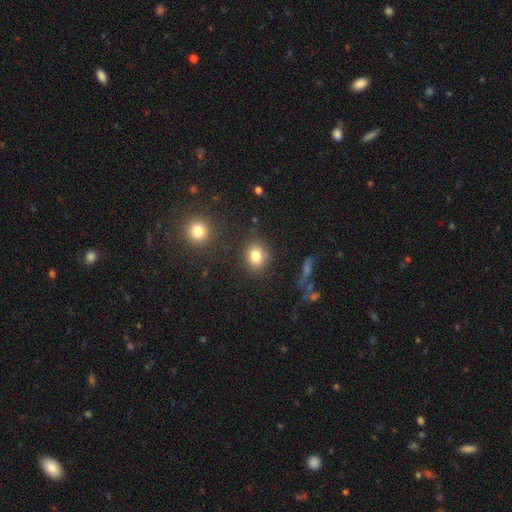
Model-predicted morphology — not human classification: Overall: smooth (81%). How rounded: in between (51%; round 48%). Merging: none (80%).